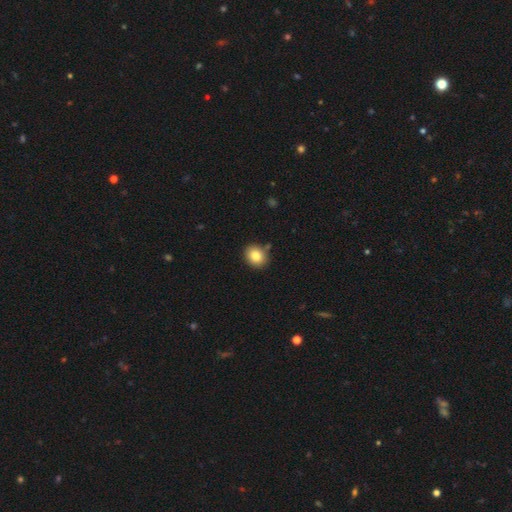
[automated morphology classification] type=smooth (84%); roundness=round (55%); merging=none (85%).